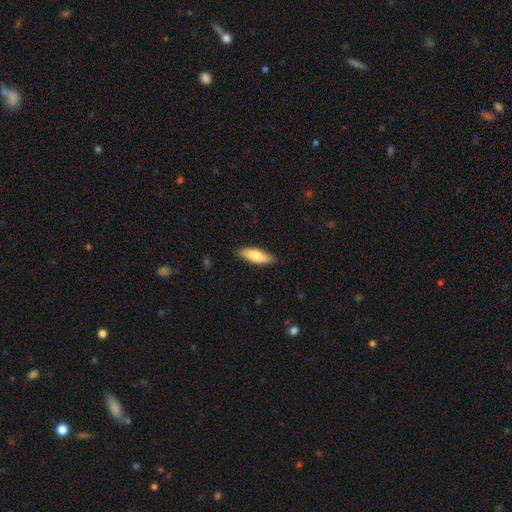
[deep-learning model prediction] smooth-or-featured: smooth: 76% | featured or disk: 18% | star or artifact: 6%
  how-rounded: in between: 63% | cigar-shaped: 35% | round: 2%
  merging: none: 86% | minor disturbance: 11% | major disturbance: 2% | merger: 1%